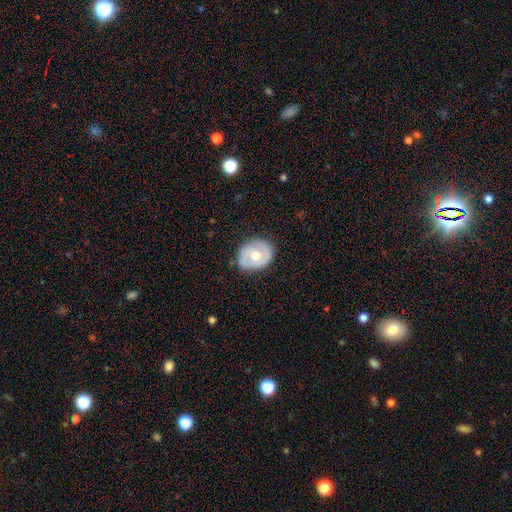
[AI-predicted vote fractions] A featured or disk galaxy (60%) with no bar (75%), spiral arms (52%) and a moderate central bulge (78%). Merging: none (78%).